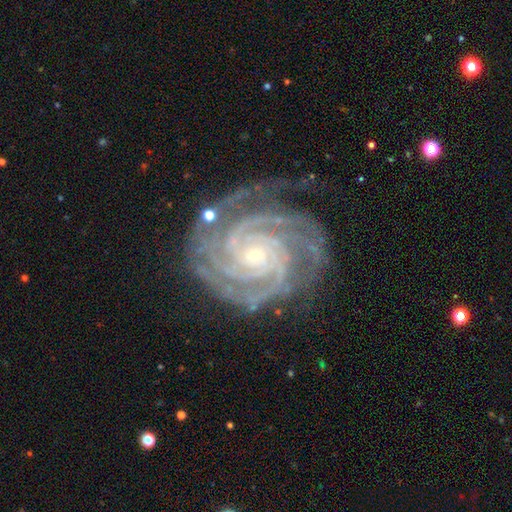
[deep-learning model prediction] Smooth or featured: featured or disk — 94% (star or artifact — 4%)
Edge-on disk: no — 98% (yes — 2%)
Bar: no — 69% (weak — 21%)
Spiral arms: yes — 99% (no — 1%)
Spiral winding: tight — 82% (medium — 16%)
Spiral arm count: 4 — 35% (3 — 22%)
Bulge size: small — 79% (moderate — 17%)
Merging: none — 73% (minor disturbance — 18%)